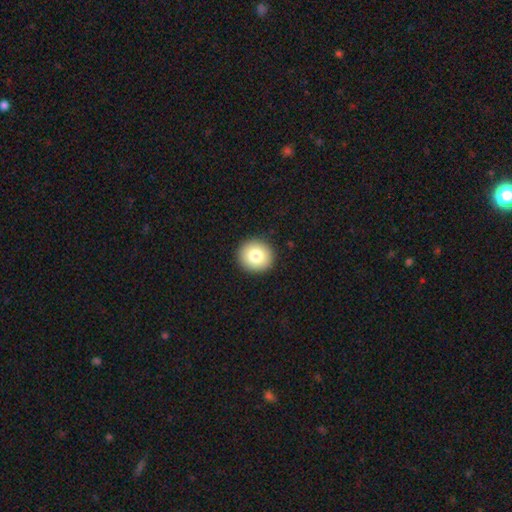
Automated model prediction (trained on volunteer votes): This appears to be a smooth galaxy with no disk features (82%) that is round (90%). Merging: none (93%).